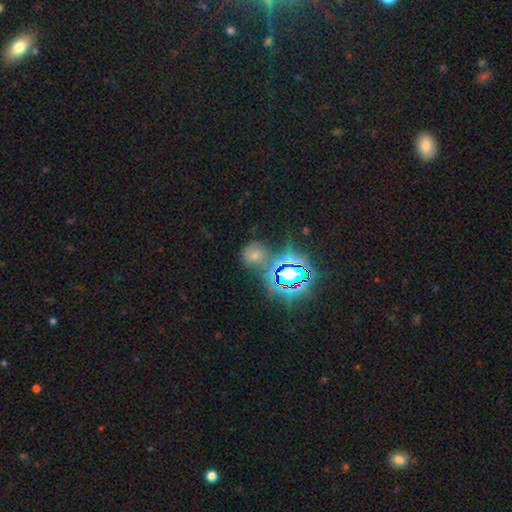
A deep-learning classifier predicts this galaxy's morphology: Smooth or featured: smooth — 49% (star or artifact — 37%)
Merging: none — 61% (minor disturbance — 17%)